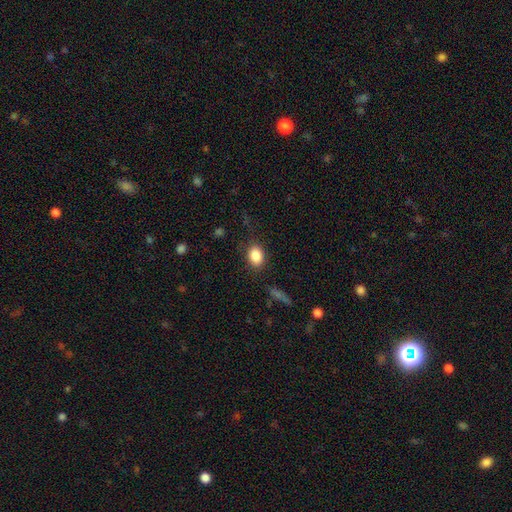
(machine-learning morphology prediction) Q: Smooth or featured?
A: smooth (86%); runner-up: star or artifact (9%)
Q: How rounded?
A: in between (75%); runner-up: round (24%)
Q: Merging?
A: none (83%); runner-up: minor disturbance (12%)